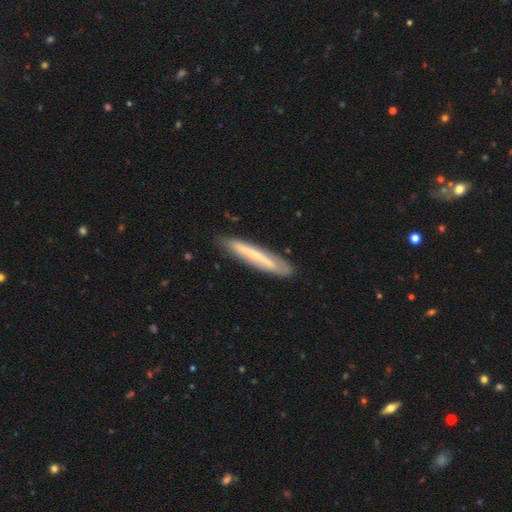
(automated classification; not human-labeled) Smooth or featured? Predicted: featured or disk (p=0.52). Edge-on disk? Predicted: yes (p=0.75). Merging? Predicted: none (p=0.84).